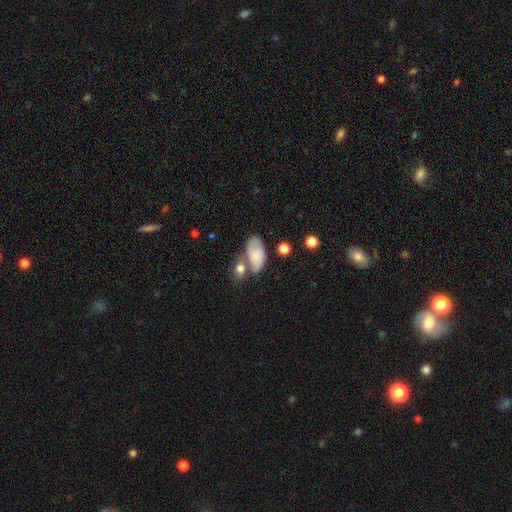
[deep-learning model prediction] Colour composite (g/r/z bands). It shows a smooth galaxy with no disk features (70%) that is in between round and cigar-shaped (92%). Merging: none (43%).